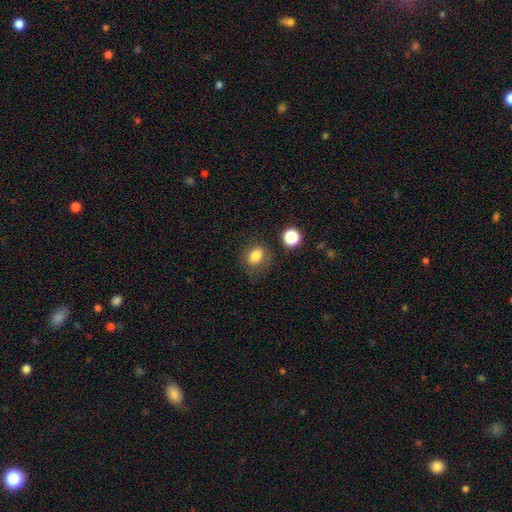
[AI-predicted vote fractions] Smooth or featured? smooth (80%)
How rounded? in between (51%)
Merging? none (68%)